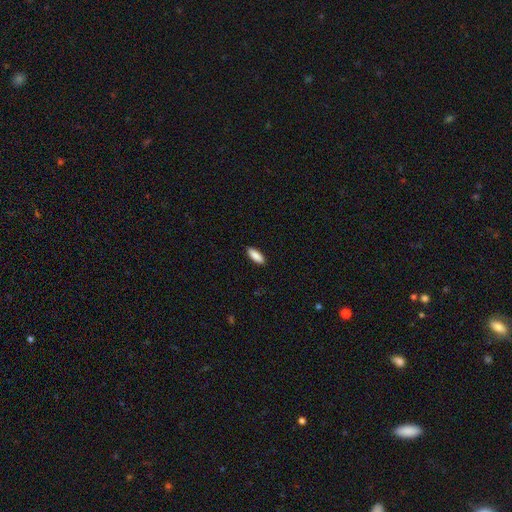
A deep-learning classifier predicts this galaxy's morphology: type=smooth (89%); roundness=in between (68%); merging=none (90%).